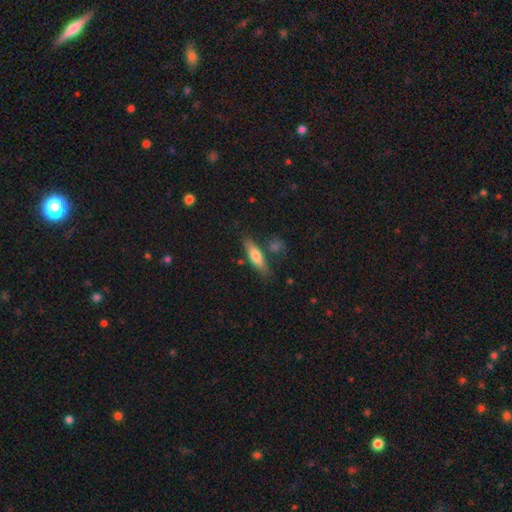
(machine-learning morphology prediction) This appears to be a smooth galaxy with no disk features (67%) that is cigar-shaped (56%). Merging: none (74%).